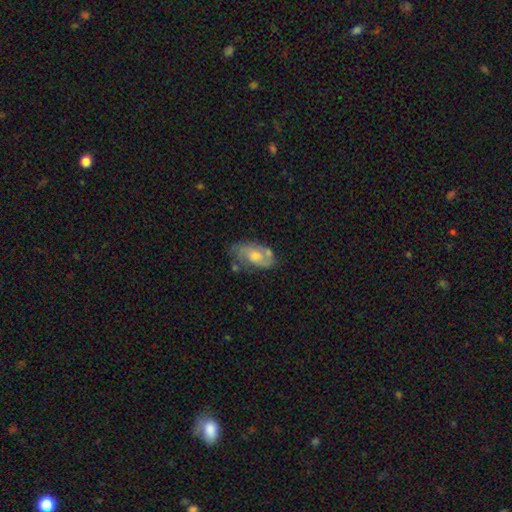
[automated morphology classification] A featured or disk galaxy (62%) with no bar (72%), spiral arms (79%) and a moderate central bulge (60%).

Vote fractions:
- Smooth or featured? featured or disk: 62% / smooth: 31% / star or artifact: 8%
- Edge-on disk? no: 94% / yes: 6%
- Bar? no: 72% / weak: 24% / strong: 4%
- Spiral arms? yes: 79% / no: 21%
- Bulge size? moderate: 60% / small: 32% / large: 4% / none: 2% / dominant: 1%
- Merging? none: 56% / minor disturbance: 26% / major disturbance: 9% / merger: 9%